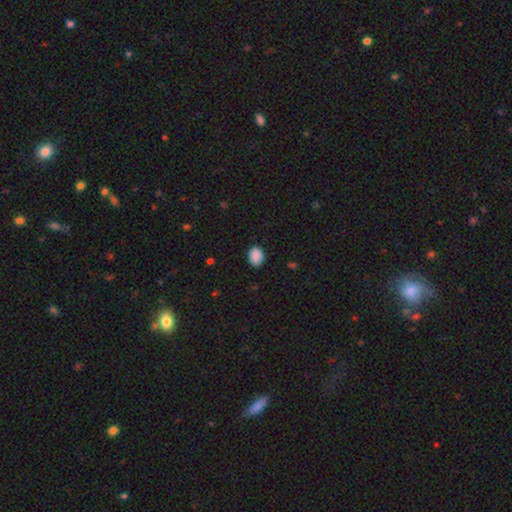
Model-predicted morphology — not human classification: smooth_or_featured: smooth (p=0.89) [alt: star or artifact p=0.08]
how_rounded: in between (p=0.61) [alt: round p=0.38]
merging: none (p=0.87) [alt: minor disturbance p=0.10]